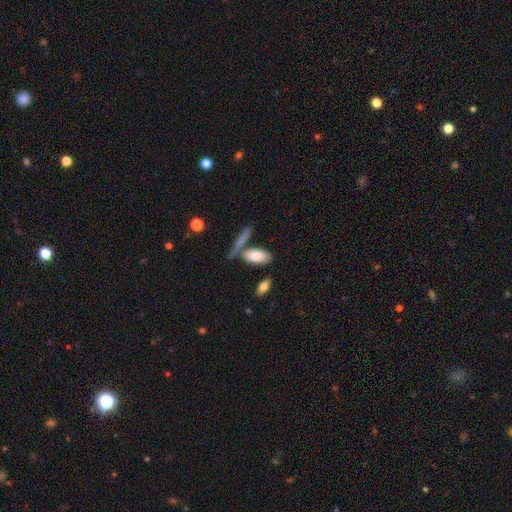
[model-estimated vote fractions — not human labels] smooth 80%, featured or disk 14%, star or artifact 6%. Down the decision tree: how rounded — in between (81%); merging — none (61%).